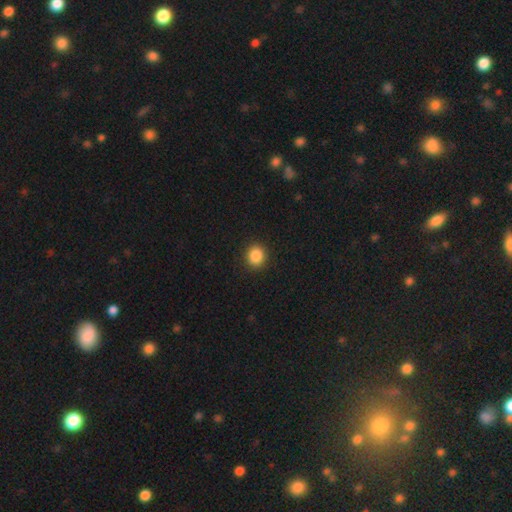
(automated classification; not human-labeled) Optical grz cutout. It shows a smooth galaxy with no disk features (87%) that is round (84%). Merging: none (92%).